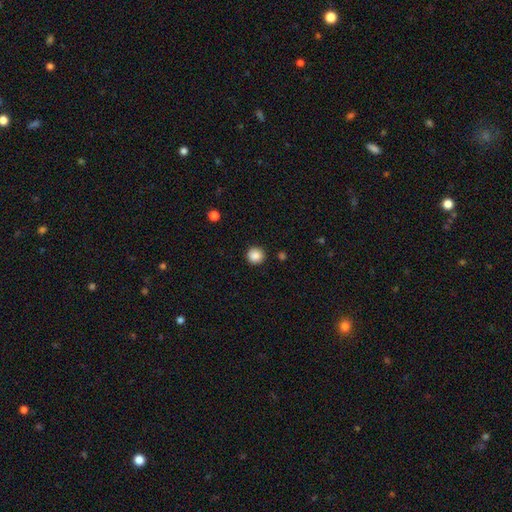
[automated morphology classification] smooth 87%, star or artifact 10%, featured or disk 3%. Down the decision tree: how rounded — round (94%); merging — none (91%).